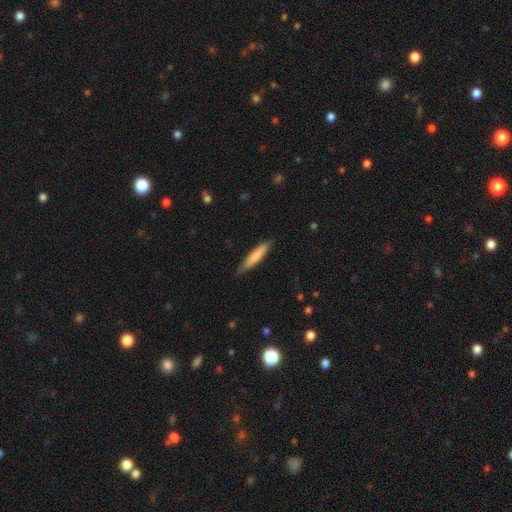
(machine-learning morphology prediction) This appears to be a smooth galaxy with no disk features (76%) that is cigar-shaped (88%). Merging: none (82%).